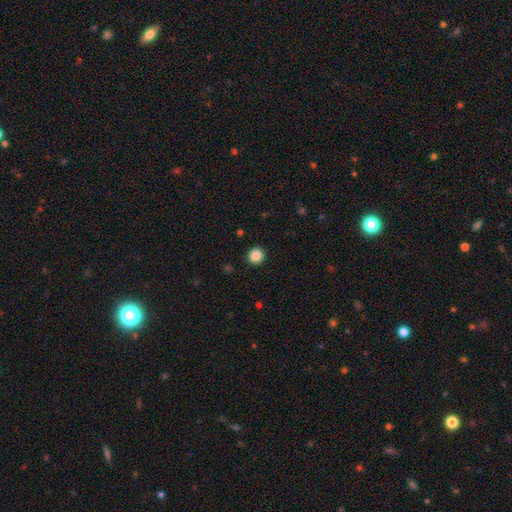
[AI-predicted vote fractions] smooth 87%, star or artifact 10%, featured or disk 3%. Down the decision tree: how rounded — round (93%); merging — none (93%).